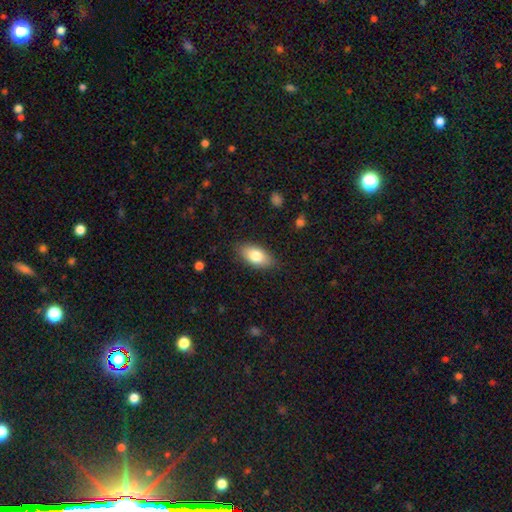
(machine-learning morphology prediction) Smooth or featured?
  - smooth: 79% *
  - featured or disk: 15%
  - star or artifact: 7%
How rounded?
  - in between: 90% *
  - cigar-shaped: 6%
  - round: 4%
Merging?
  - none: 85% *
  - minor disturbance: 11%
  - major disturbance: 2%
  - merger: 1%